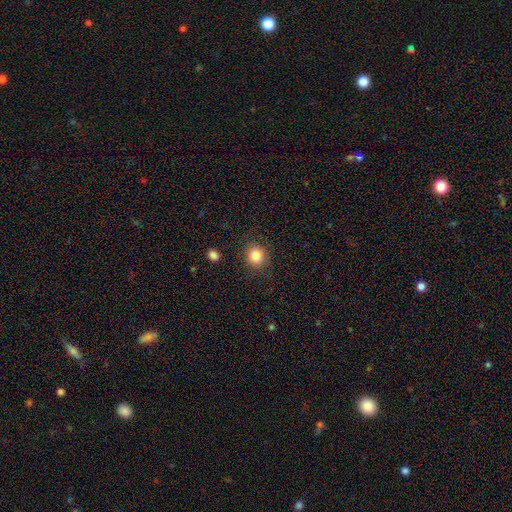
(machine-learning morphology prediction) smooth-or-featured: smooth: 84% | star or artifact: 10% | featured or disk: 6%
  how-rounded: round: 88% | in between: 11% | cigar-shaped: 1%
  merging: none: 87% | minor disturbance: 8% | major disturbance: 3% | merger: 2%